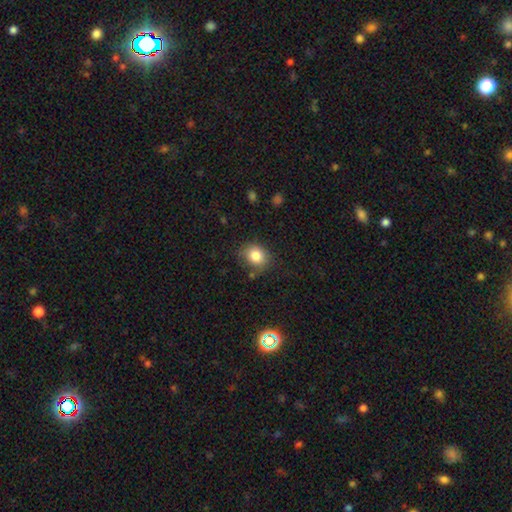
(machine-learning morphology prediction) Smooth or featured: smooth — 82% (star or artifact — 10%)
How rounded: round — 61% (in between — 38%)
Merging: none — 75% (minor disturbance — 17%)